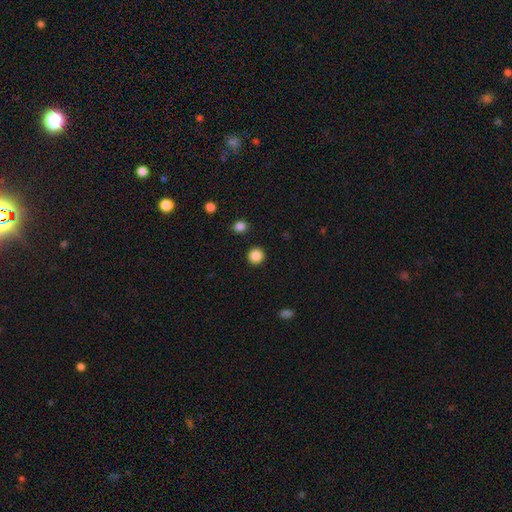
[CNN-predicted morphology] This appears to be a smooth galaxy with no disk features (87%) that is round (95%). Merging: none (93%).